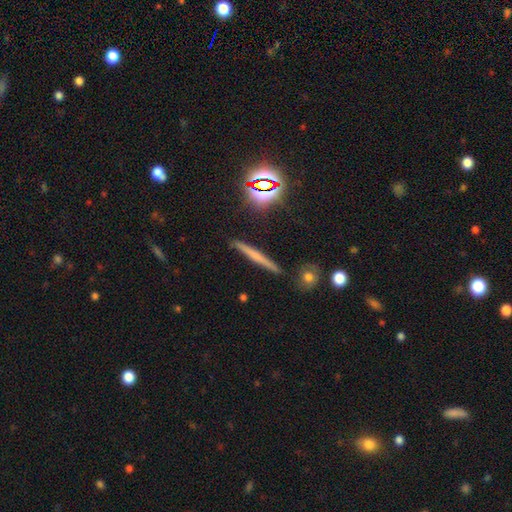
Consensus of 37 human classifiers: A featured or disk galaxy (59%) viewed edge-on (91%) with no central bulge (40%, tied with rounded).

Vote fractions:
- Smooth or featured? featured or disk: 59% / smooth: 35% / star or artifact: 5%
- Edge-on disk? yes: 91% / no: 9%
- Edge-on bulge? none: 40% (tied) / rounded: 40% (tied) / boxy: 20%
- Merging? none: 86% / minor disturbance: 11% / merger: 3% / major disturbance: 0%